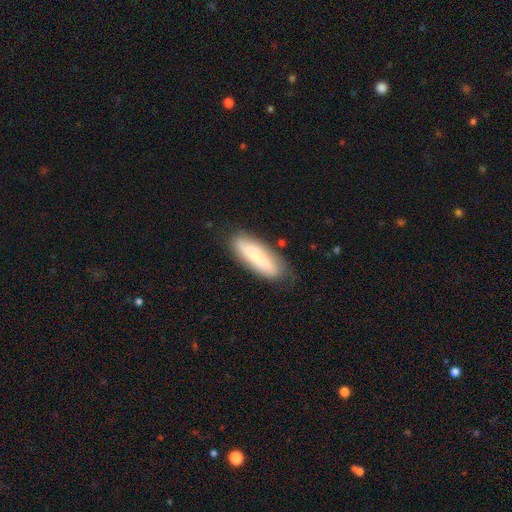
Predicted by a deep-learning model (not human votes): Smooth or featured: smooth — 74% (featured or disk — 19%)
How rounded: in between — 50% (cigar-shaped — 48%)
Merging: none — 78% (minor disturbance — 17%)